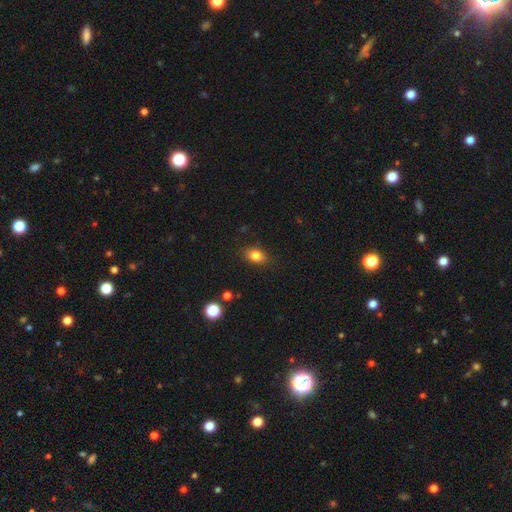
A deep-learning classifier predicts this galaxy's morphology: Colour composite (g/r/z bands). It shows a smooth galaxy with no disk features (83%) that is in between round and cigar-shaped (78%). Merging: none (85%).